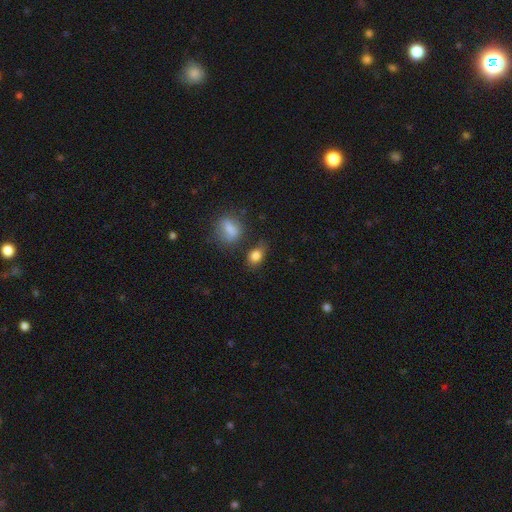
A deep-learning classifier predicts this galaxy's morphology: Q: Smooth or featured?
A: smooth (82%); runner-up: star or artifact (10%)
Q: How rounded?
A: in between (71%); runner-up: round (27%)
Q: Merging?
A: none (65%); runner-up: minor disturbance (19%)